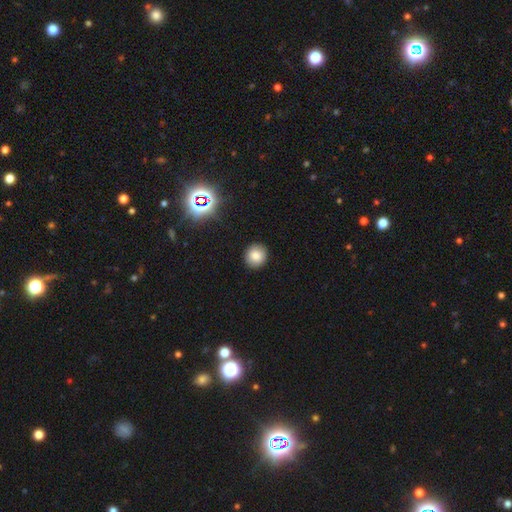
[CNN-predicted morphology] Smooth or featured: smooth — 82% (star or artifact — 12%)
How rounded: round — 88% (in between — 11%)
Merging: none — 91% (minor disturbance — 6%)